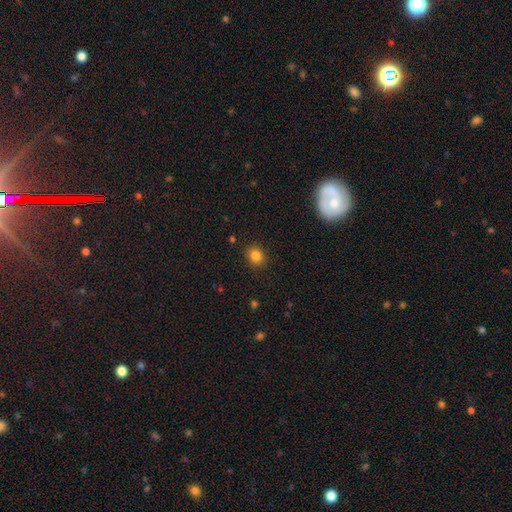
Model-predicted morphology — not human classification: Smooth or featured?
  - smooth: 83% *
  - star or artifact: 12%
  - featured or disk: 5%
How rounded?
  - round: 62% *
  - in between: 37%
  - cigar-shaped: 1%
Merging?
  - none: 88% *
  - minor disturbance: 9%
  - major disturbance: 2%
  - merger: 1%